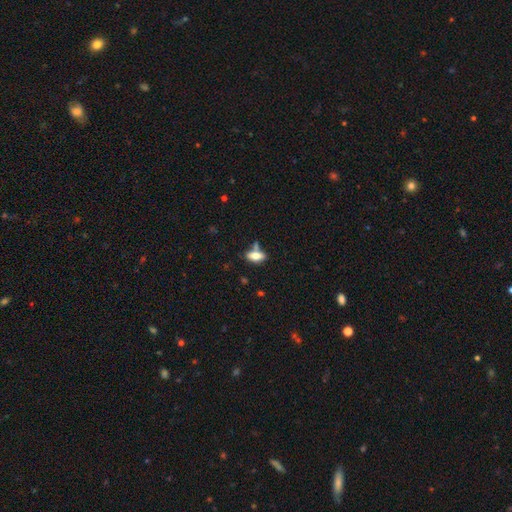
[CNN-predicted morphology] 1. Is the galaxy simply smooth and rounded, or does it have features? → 71% smooth, 21% featured or disk, 8% star or artifact.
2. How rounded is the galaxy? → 83% in between, 13% cigar-shaped, 4% round.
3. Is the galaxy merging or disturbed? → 59% none, 20% merger, 16% minor disturbance, 5% major disturbance.